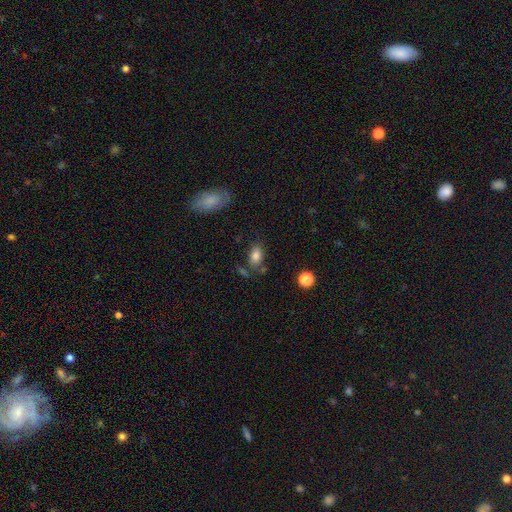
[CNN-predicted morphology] Q: Smooth or featured?
A: smooth (83%); runner-up: star or artifact (9%)
Q: How rounded?
A: in between (88%); runner-up: round (9%)
Q: Merging?
A: none (71%); runner-up: minor disturbance (16%)